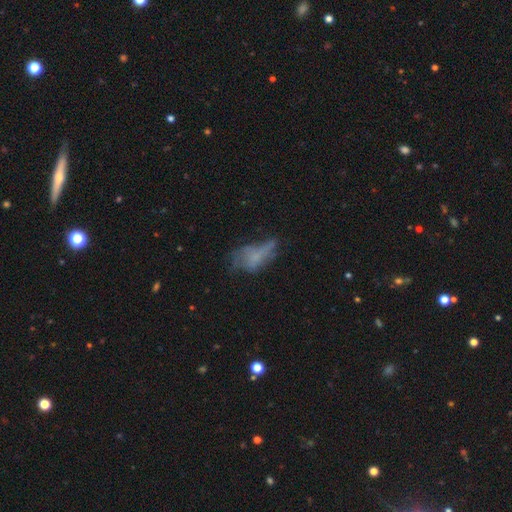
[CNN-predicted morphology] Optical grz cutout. It shows a smooth galaxy with no disk features (46%). Merging: major disturbance (38%).